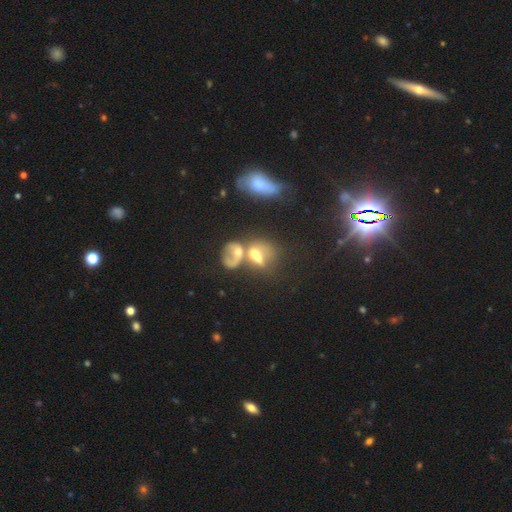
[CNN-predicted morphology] A star or artifact, not a galaxy (48%).

Vote fractions:
- Smooth or featured? star or artifact: 48% / smooth: 26% / featured or disk: 26%